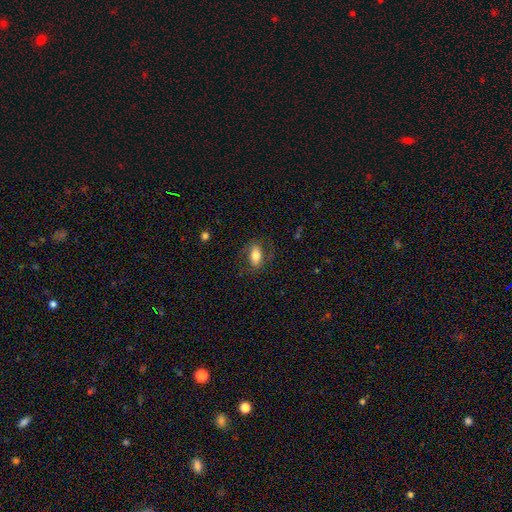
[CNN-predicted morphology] type=smooth (69%); roundness=in between (86%); merging=none (73%).